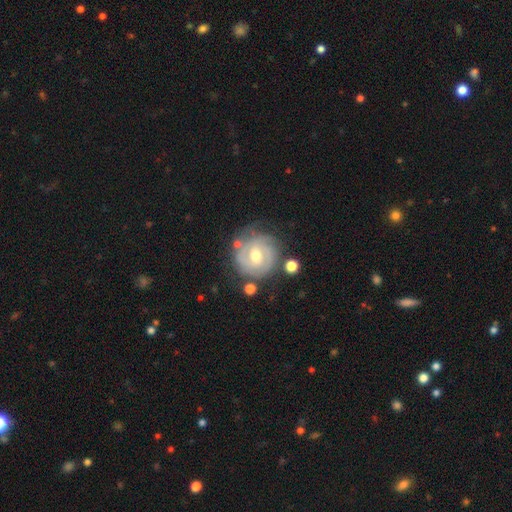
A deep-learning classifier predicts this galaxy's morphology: Smooth or featured? Predicted: featured or disk (p=0.82). Edge-on disk? Predicted: no (p=0.97). Bar? Predicted: weak (p=0.49). Spiral arms? Predicted: yes (p=0.93). Spiral winding? Predicted: tight (p=0.70). Spiral arm count? Predicted: 2 (p=0.43). Bulge size? Predicted: moderate (p=0.73). Merging? Predicted: none (p=0.74).